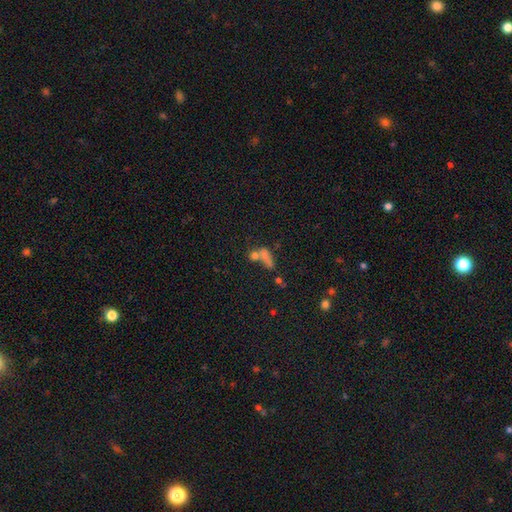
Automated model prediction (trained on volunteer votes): Smooth or featured? Predicted: smooth (p=0.54). How rounded? Predicted: in between (p=0.41). Merging? Predicted: merger (p=0.39).